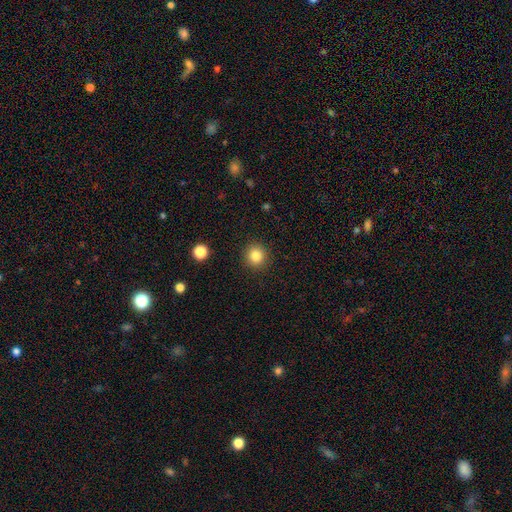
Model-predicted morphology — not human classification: The model was most divided on "smooth or featured": smooth: 83%, star or artifact: 11%, featured or disk: 6%. More confident: how rounded — round (93%); merging — none (92%).